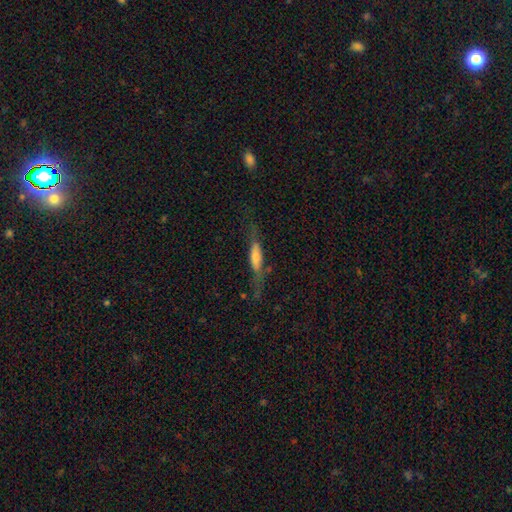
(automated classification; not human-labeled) Smooth or featured?
  - featured or disk: 49% *
  - smooth: 43%
  - star or artifact: 8%
Merging?
  - none: 58% *
  - minor disturbance: 23%
  - major disturbance: 16%
  - merger: 3%